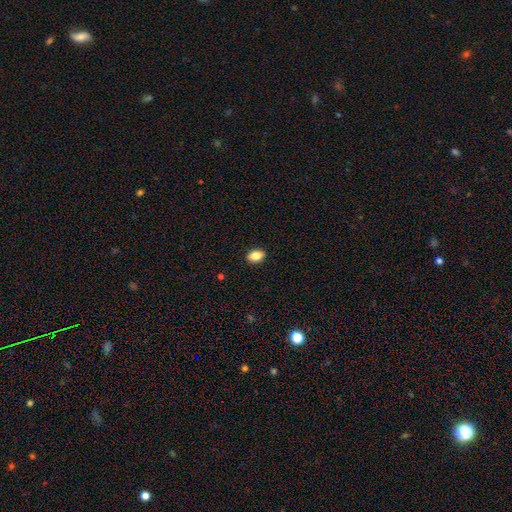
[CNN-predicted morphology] Q: Smooth or featured?
A: smooth (84%); runner-up: star or artifact (8%)
Q: How rounded?
A: in between (84%); runner-up: round (14%)
Q: Merging?
A: none (90%); runner-up: minor disturbance (7%)